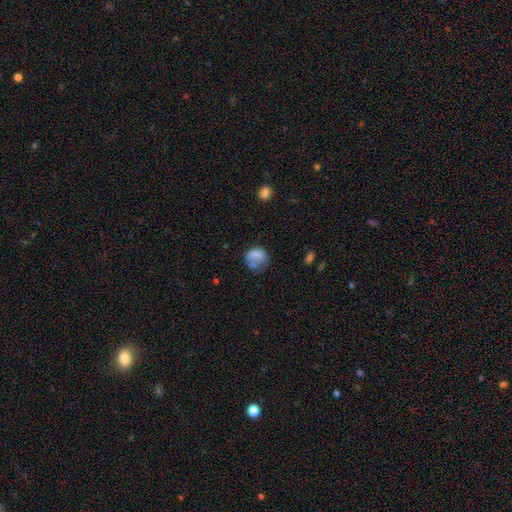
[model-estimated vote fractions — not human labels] This appears to be a smooth galaxy with no disk features (70%) that is round (65%). Merging: none (39%).